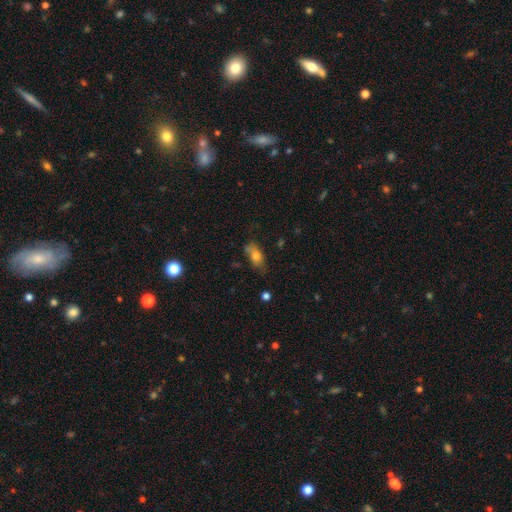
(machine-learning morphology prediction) A smooth galaxy with no disk features (72%) that is in between round and cigar-shaped (82%).

Vote fractions:
- Smooth or featured? smooth: 72% / featured or disk: 19% / star or artifact: 9%
- How rounded? in between: 82% / cigar-shaped: 11% / round: 7%
- Merging? none: 58% / minor disturbance: 28% / major disturbance: 9% / merger: 6%